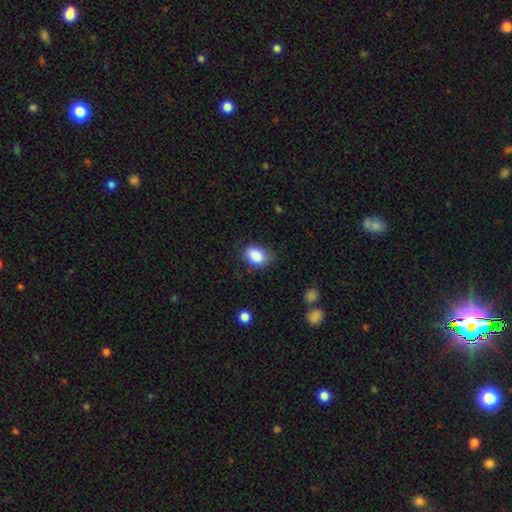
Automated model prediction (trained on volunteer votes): Morphology: type=smooth (86%); roundness=in between (74%); merging=none (75%).